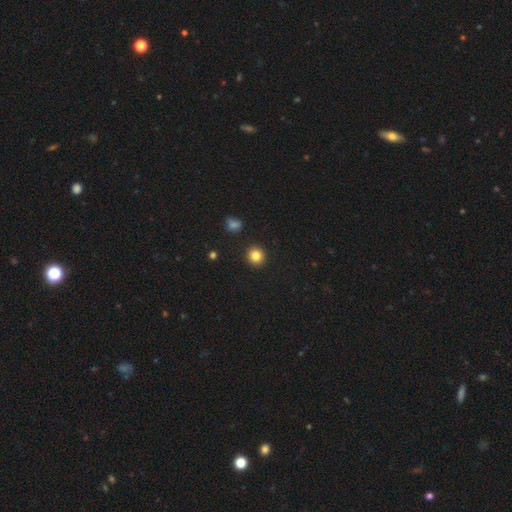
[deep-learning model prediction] Overall: smooth (83%). How rounded: round (92%). Merging: none (92%).